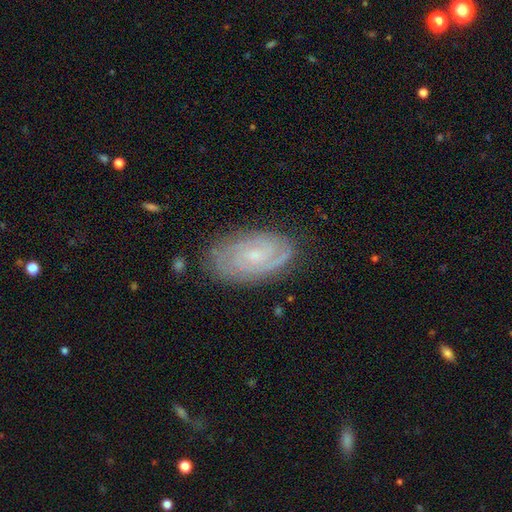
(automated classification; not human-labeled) This is clearly a featured or disk galaxy (82%). It is clearly not viewed edge-on (96%). Bar: likely no (61%). Spiral arm pattern: clearly yes (97%). Spiral arm count: possibly 2 (50%). Spiral winding: likely tight (73%). Central bulge: likely small (73%). Merging: likely none (80%).